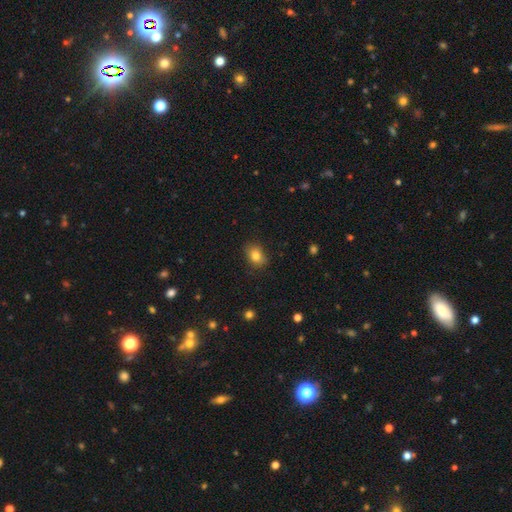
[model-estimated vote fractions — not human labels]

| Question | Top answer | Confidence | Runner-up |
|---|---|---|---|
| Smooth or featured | smooth | 83% | star or artifact (10%) |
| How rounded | in between | 65% | round (34%) |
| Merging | none | 83% | minor disturbance (14%) |